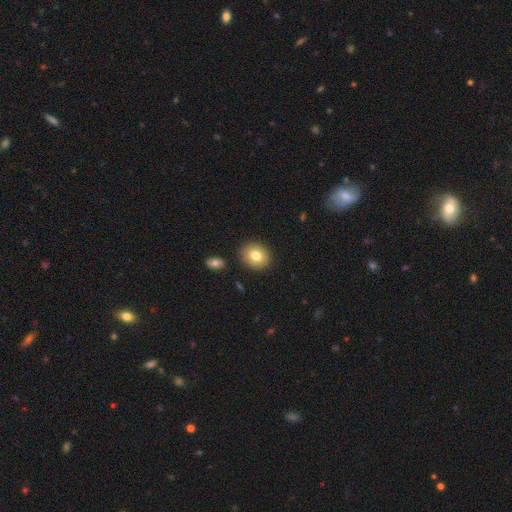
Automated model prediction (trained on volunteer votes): Smooth or featured? smooth (77%)
How rounded? round (62%)
Merging? none (87%)